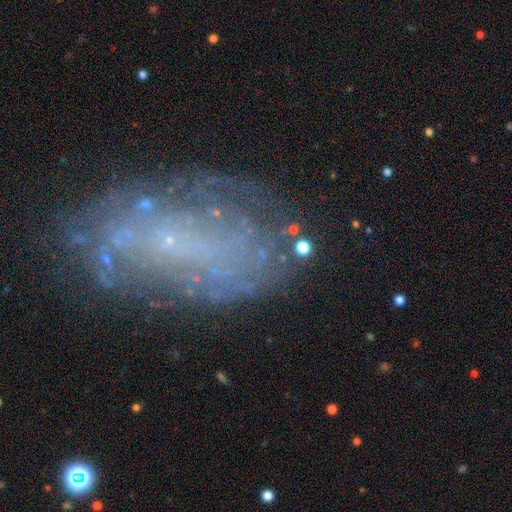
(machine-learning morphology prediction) A featured or disk galaxy (63%) with no bar (81%), no spiral arms (53%) and a small central bulge (63%).

Vote fractions:
- Smooth or featured? featured or disk: 63% / smooth: 23% / star or artifact: 14%
- Edge-on disk? no: 94% / yes: 6%
- Bar? no: 81% / weak: 14% / strong: 4%
- Spiral arms? no: 53% / yes: 47%
- Bulge size? small: 63% / none: 31% / moderate: 4% / large: 1% / dominant: 1%
- Merging? none: 67% / minor disturbance: 19% / major disturbance: 11% / merger: 3%